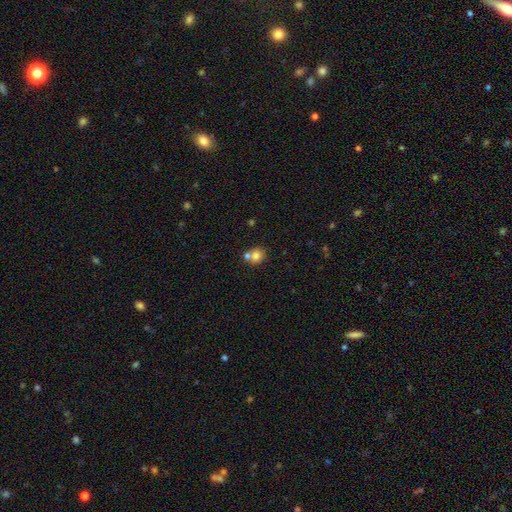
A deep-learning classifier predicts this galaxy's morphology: Q: Smooth or featured?
A: smooth (77%); runner-up: featured or disk (13%)
Q: How rounded?
A: round (78%); runner-up: in between (21%)
Q: Merging?
A: none (49%); runner-up: merger (39%)